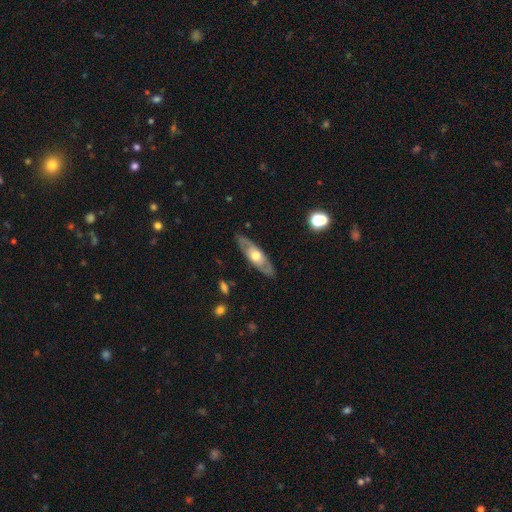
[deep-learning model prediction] Smooth or featured?
  - featured or disk: 61% *
  - smooth: 34%
  - star or artifact: 5%
Edge-on disk?
  - no: 64% *
  - yes: 36%
Merging?
  - none: 85% *
  - minor disturbance: 11%
  - major disturbance: 3%
  - merger: 1%